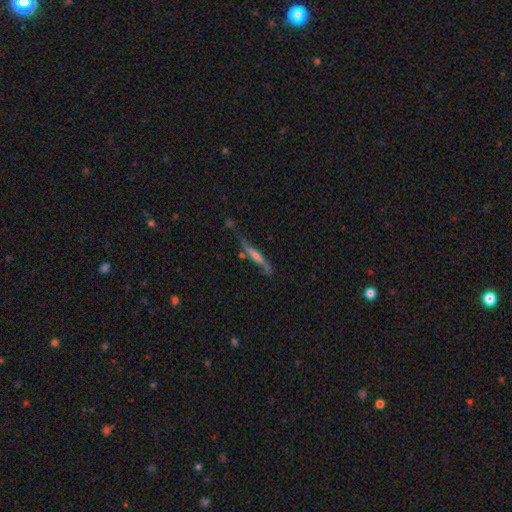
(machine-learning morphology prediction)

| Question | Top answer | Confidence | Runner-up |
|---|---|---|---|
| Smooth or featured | featured or disk | 61% | smooth (31%) |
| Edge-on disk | yes | 88% | no (12%) |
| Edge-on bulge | rounded | 50% | none (34%) |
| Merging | none | 61% | minor disturbance (23%) |